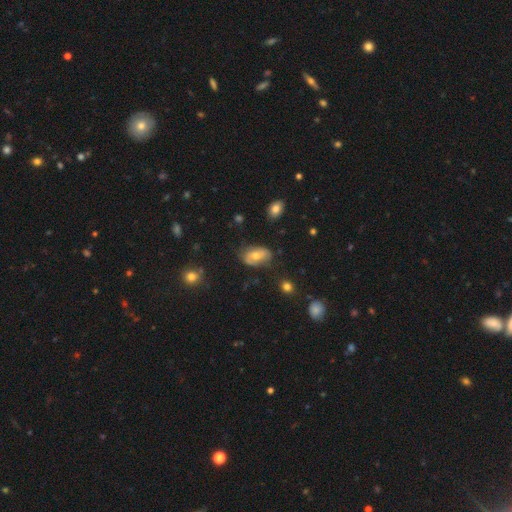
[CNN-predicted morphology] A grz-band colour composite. It shows a smooth galaxy with no disk features (53%) that is in between round and cigar-shaped (90%). Merging: none (65%).